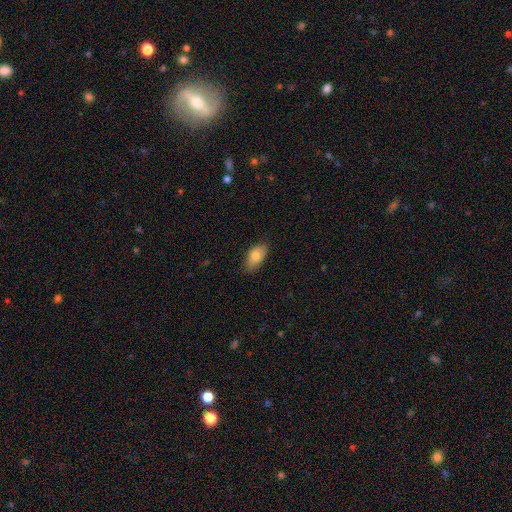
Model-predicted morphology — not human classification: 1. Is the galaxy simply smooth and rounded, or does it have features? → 79% smooth, 14% featured or disk, 7% star or artifact.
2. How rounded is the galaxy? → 91% in between, 4% cigar-shaped, 4% round.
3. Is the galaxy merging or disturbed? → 81% none, 15% minor disturbance, 3% major disturbance, 1% merger.